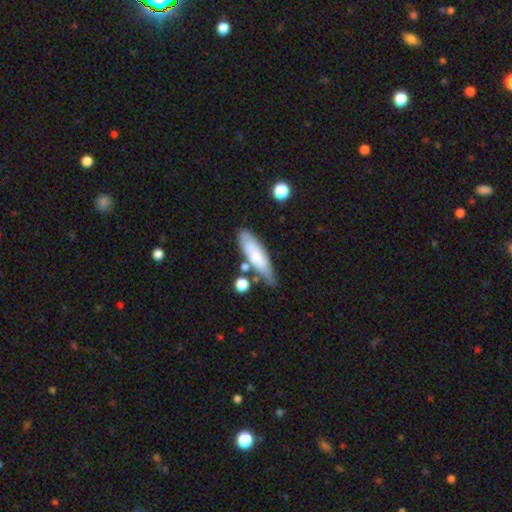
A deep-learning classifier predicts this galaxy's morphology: Smooth or featured: smooth — 69% (featured or disk — 25%)
How rounded: cigar-shaped — 57% (in between — 41%)
Merging: none — 59% (minor disturbance — 23%)